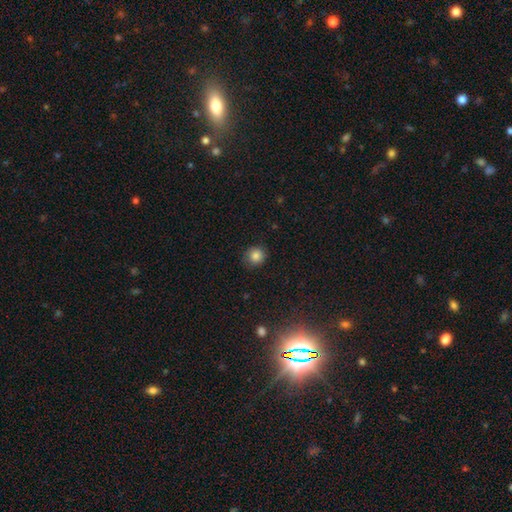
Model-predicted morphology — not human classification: The model was most divided on "merging": none: 82%, minor disturbance: 14%, major disturbance: 4%, merger: 1%. More confident: how rounded — round (89%); smooth or featured — smooth (84%).